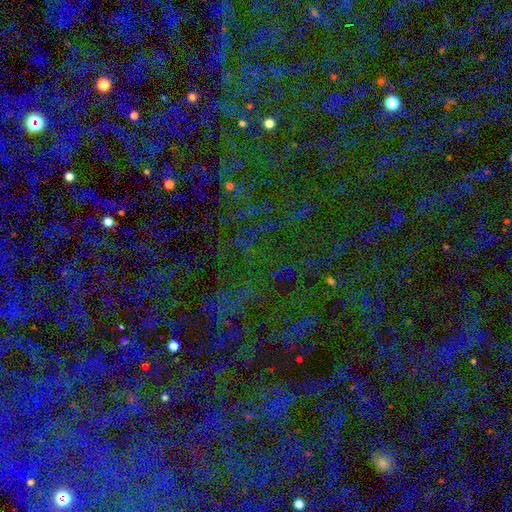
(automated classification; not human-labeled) Smooth or featured? star or artifact (77%)